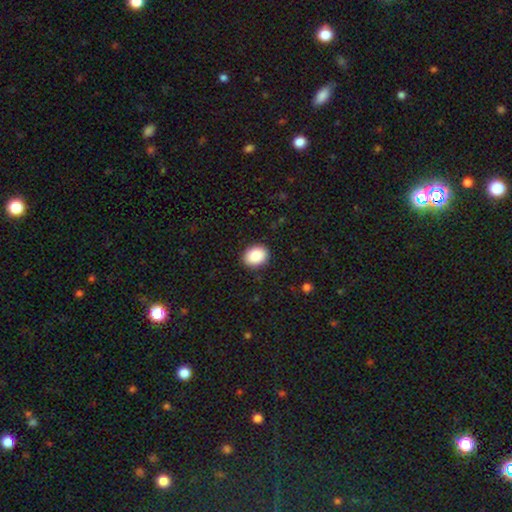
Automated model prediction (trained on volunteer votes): Smooth or featured? Predicted: smooth (p=0.89). How rounded? Predicted: in between (p=0.60). Merging? Predicted: none (p=0.90).